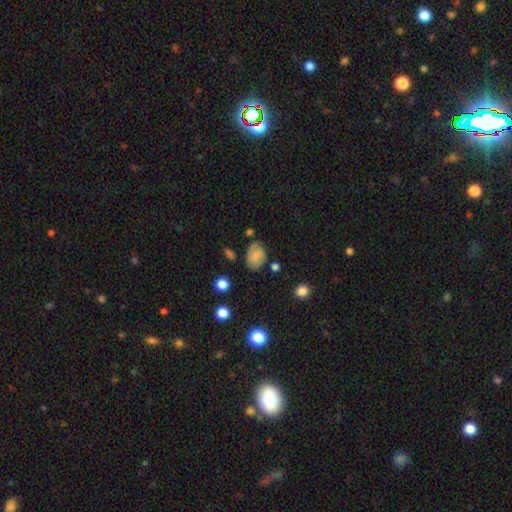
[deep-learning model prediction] A smooth galaxy with no disk features (71%) that is in between round and cigar-shaped (75%).

Vote fractions:
- Smooth or featured? smooth: 71% / featured or disk: 19% / star or artifact: 10%
- How rounded? in between: 75% / round: 24% / cigar-shaped: 1%
- Merging? none: 65% / minor disturbance: 24% / major disturbance: 7% / merger: 4%